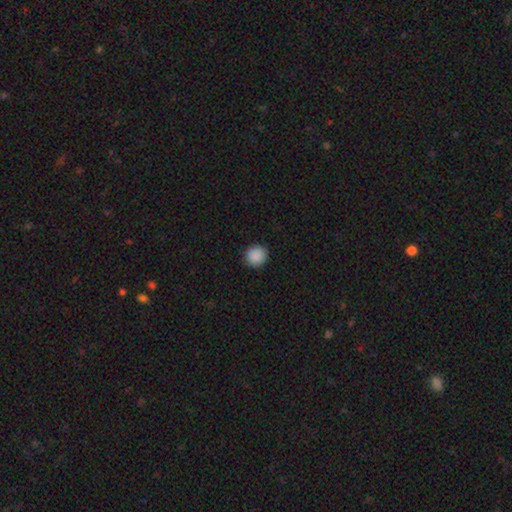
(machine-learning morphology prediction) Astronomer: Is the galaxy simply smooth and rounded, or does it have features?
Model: smooth — 90%.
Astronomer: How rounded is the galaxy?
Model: round — 89%.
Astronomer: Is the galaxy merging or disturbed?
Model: none — 91%.